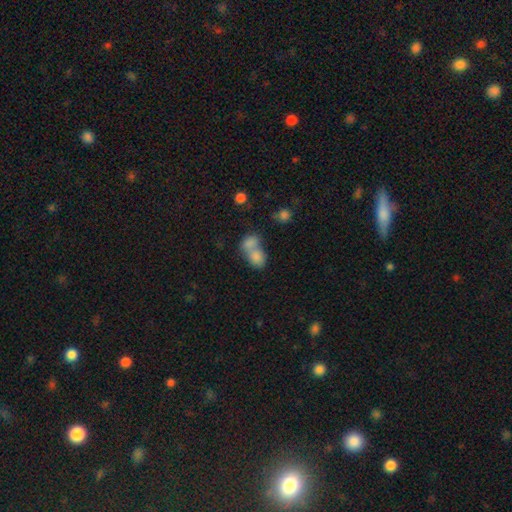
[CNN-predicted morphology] smooth-or-featured: smooth: 80% | featured or disk: 11% | star or artifact: 9%
  how-rounded: in between: 66% | round: 32% | cigar-shaped: 2%
  merging: merger: 70% | none: 20% | minor disturbance: 6% | major disturbance: 4%